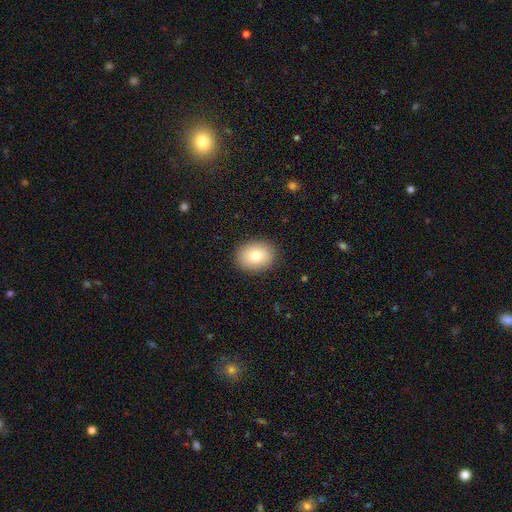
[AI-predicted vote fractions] Smooth or featured? Predicted: smooth (p=0.79). How rounded? Predicted: in between (p=0.53). Merging? Predicted: none (p=0.89).